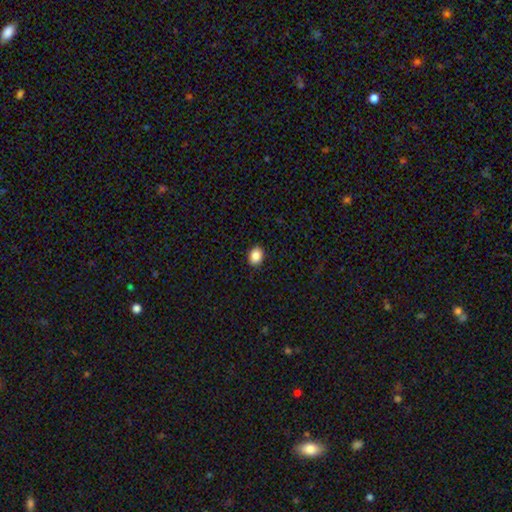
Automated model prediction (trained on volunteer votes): Smooth or featured?
  - smooth: 88% *
  - star or artifact: 9%
  - featured or disk: 4%
How rounded?
  - in between: 62% *
  - round: 37%
  - cigar-shaped: 1%
Merging?
  - none: 91% *
  - minor disturbance: 6%
  - major disturbance: 2%
  - merger: 1%